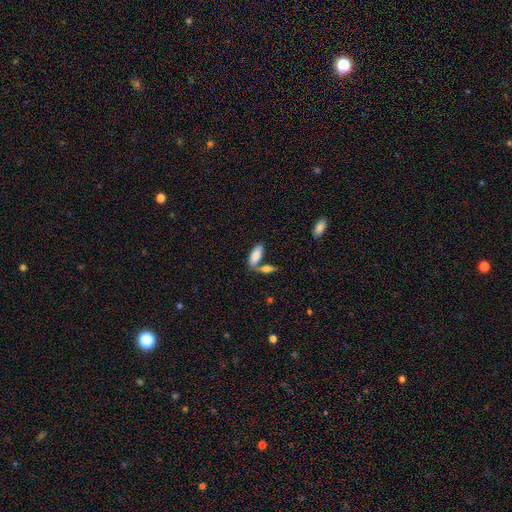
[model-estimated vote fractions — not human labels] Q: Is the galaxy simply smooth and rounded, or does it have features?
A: smooth — 82%.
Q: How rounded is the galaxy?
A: in between — 75%.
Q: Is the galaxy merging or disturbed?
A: none — 47%.